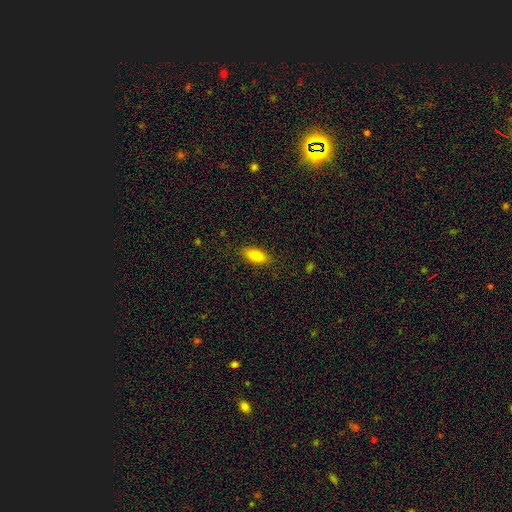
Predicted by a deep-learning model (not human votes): Q: Smooth or featured?
A: smooth (81%); runner-up: featured or disk (11%)
Q: How rounded?
A: in between (82%); runner-up: cigar-shaped (16%)
Q: Merging?
A: none (86%); runner-up: minor disturbance (11%)